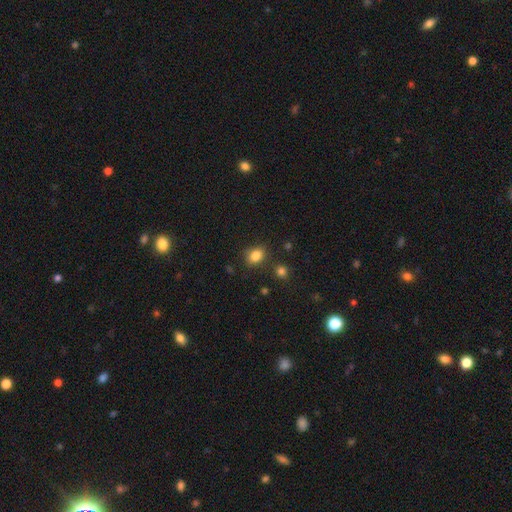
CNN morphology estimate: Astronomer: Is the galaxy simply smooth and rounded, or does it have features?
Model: smooth — 84%.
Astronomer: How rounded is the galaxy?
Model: in between — 63%.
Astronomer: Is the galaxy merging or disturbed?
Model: none — 78%.